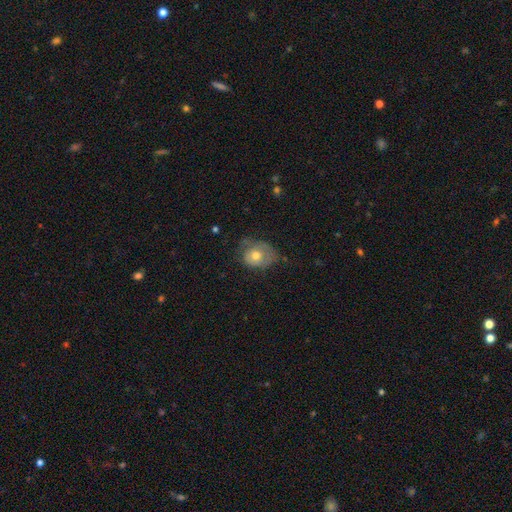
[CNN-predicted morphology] Overall: smooth (55%; featured or disk 37%). How rounded: in between (55%; round 44%). Merging: none (43%; minor disturbance 35%).